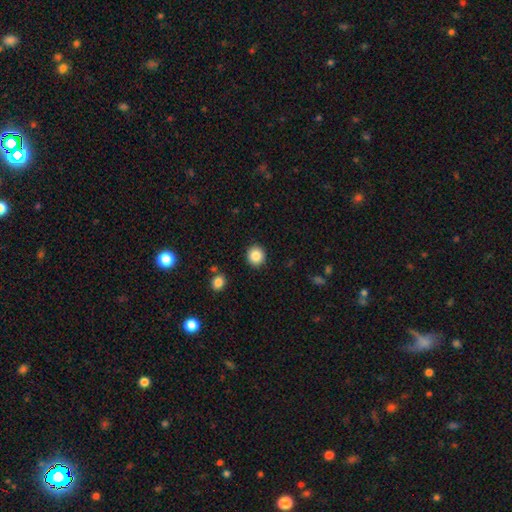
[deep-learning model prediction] Q: Smooth or featured?
A: smooth (87%); runner-up: star or artifact (9%)
Q: How rounded?
A: round (90%); runner-up: in between (9%)
Q: Merging?
A: none (91%); runner-up: minor disturbance (5%)